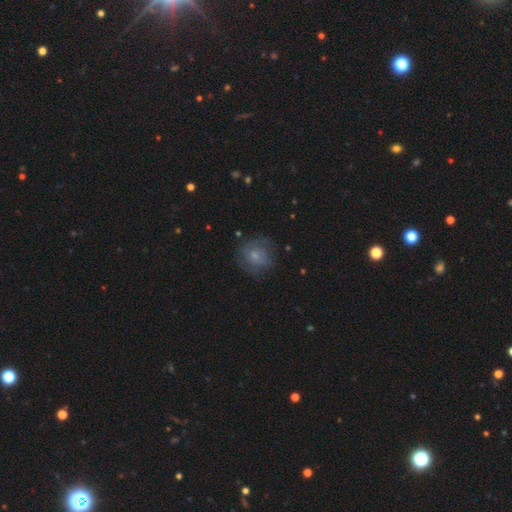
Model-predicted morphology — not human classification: Smooth or featured? Predicted: smooth (p=0.55). How rounded? Predicted: round (p=0.82). Merging? Predicted: none (p=0.67).